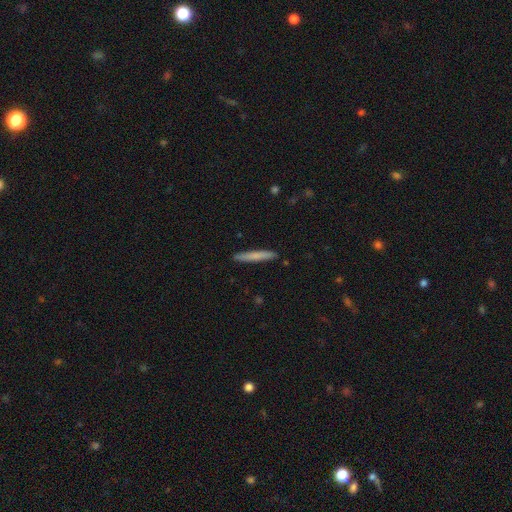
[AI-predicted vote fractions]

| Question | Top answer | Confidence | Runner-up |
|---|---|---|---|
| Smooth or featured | smooth | 72% | featured or disk (23%) |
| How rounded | cigar-shaped | 96% | in between (3%) |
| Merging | none | 91% | minor disturbance (7%) |